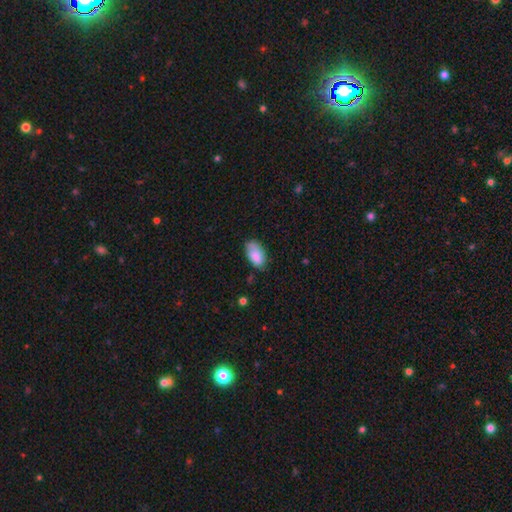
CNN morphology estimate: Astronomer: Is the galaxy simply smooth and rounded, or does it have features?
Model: smooth — 82%.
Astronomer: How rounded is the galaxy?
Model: in between — 93%.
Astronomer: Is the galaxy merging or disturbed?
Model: none — 58%.